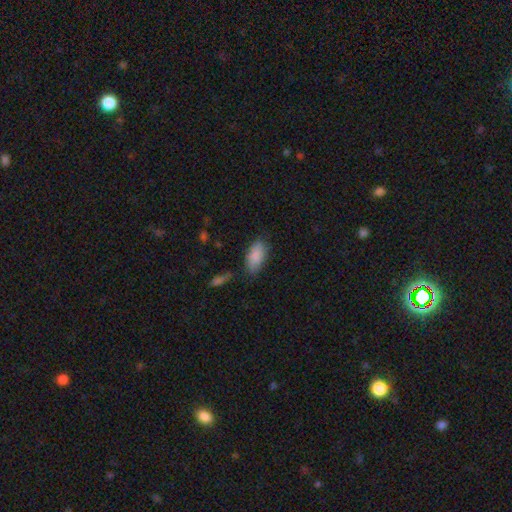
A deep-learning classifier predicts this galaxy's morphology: The model was most divided on "merging": none: 73%, minor disturbance: 18%, major disturbance: 5%, merger: 4%. More confident: how rounded — in between (92%); smooth or featured — smooth (86%).